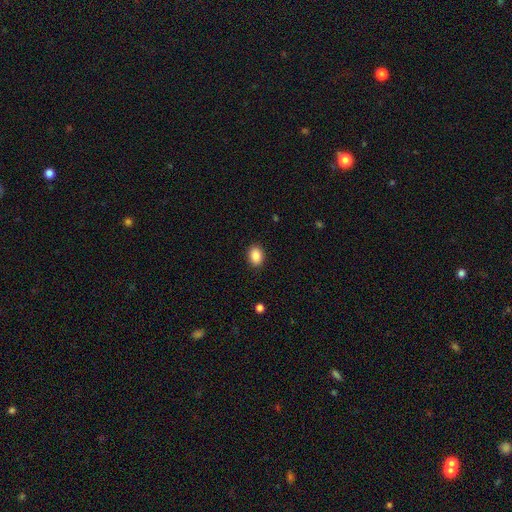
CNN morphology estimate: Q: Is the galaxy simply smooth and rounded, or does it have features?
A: smooth — 88%.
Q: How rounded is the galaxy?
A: in between — 65%.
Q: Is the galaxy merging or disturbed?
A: none — 90%.